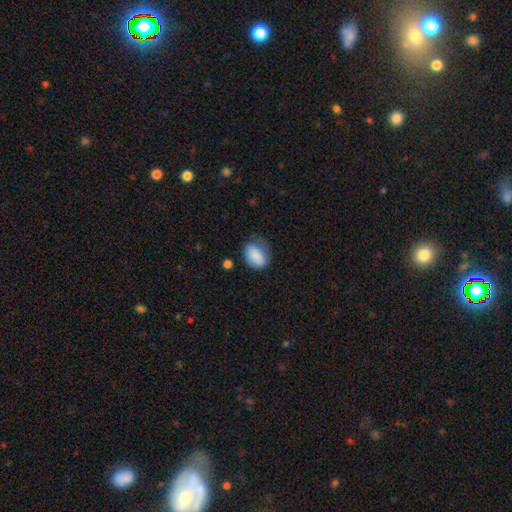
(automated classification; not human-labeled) This is clearly a smooth galaxy (85%). How rounded: likely in between (79%). Merging: possibly none (51%).